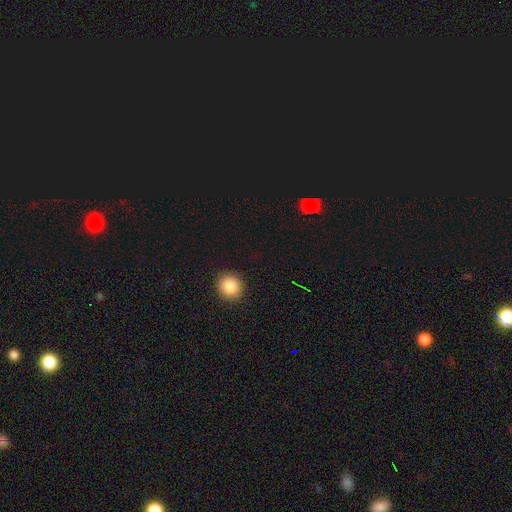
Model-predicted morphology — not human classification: Q: Smooth or featured?
A: smooth (76%); runner-up: star or artifact (19%)
Q: How rounded?
A: round (86%); runner-up: in between (12%)
Q: Merging?
A: none (89%); runner-up: minor disturbance (7%)